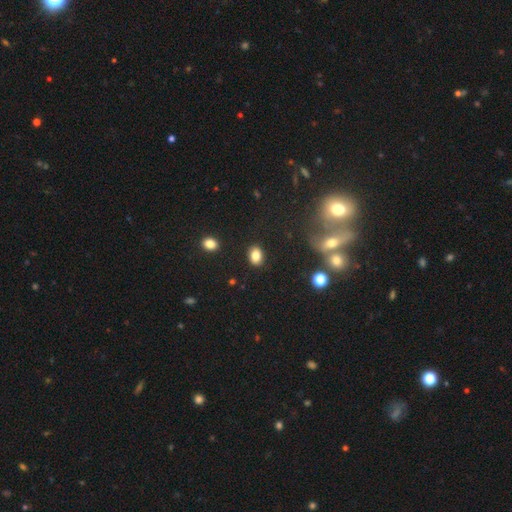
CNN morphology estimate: Smooth or featured? smooth (83%)
How rounded? in between (73%)
Merging? none (87%)